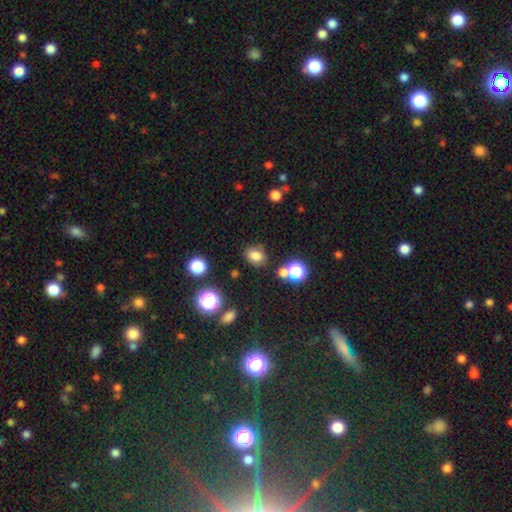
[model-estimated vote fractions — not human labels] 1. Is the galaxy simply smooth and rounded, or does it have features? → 77% smooth, 16% star or artifact, 7% featured or disk.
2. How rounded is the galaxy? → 57% in between, 41% round, 1% cigar-shaped.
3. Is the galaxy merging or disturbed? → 78% none, 11% minor disturbance, 6% merger, 4% major disturbance.